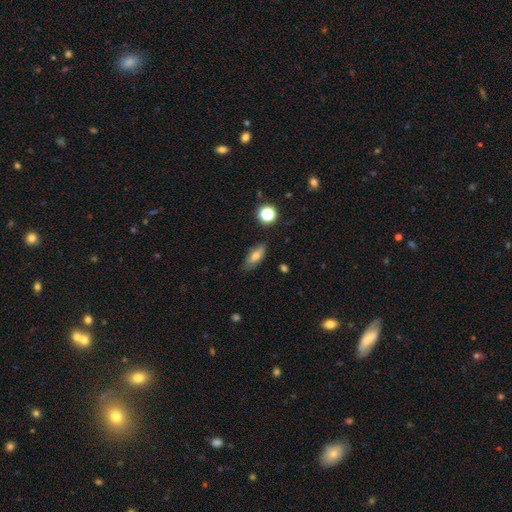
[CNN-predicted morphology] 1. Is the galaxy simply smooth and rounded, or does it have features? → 73% smooth, 17% featured or disk, 10% star or artifact.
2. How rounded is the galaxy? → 76% in between, 19% cigar-shaped, 5% round.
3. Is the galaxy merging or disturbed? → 77% none, 17% minor disturbance, 4% major disturbance, 2% merger.